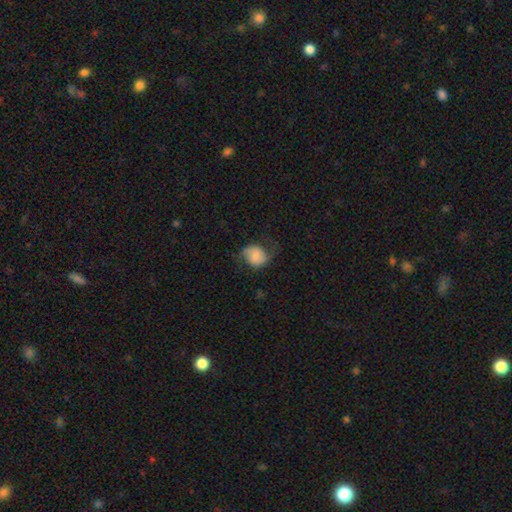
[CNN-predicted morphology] This appears to be a smooth galaxy with no disk features (48%). Merging: none (59%).